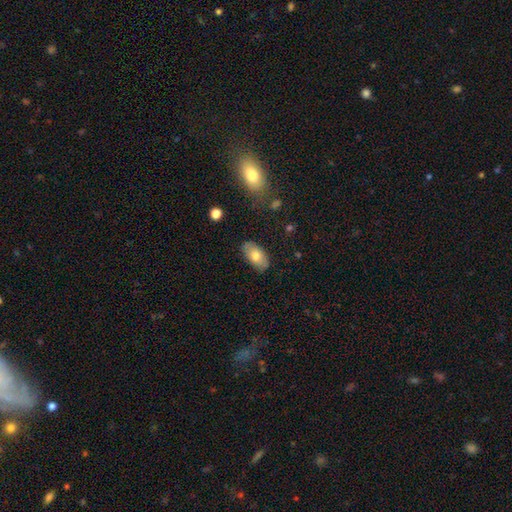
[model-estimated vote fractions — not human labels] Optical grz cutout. It shows a smooth galaxy with no disk features (72%) that is in between round and cigar-shaped (93%). Merging: none (81%).